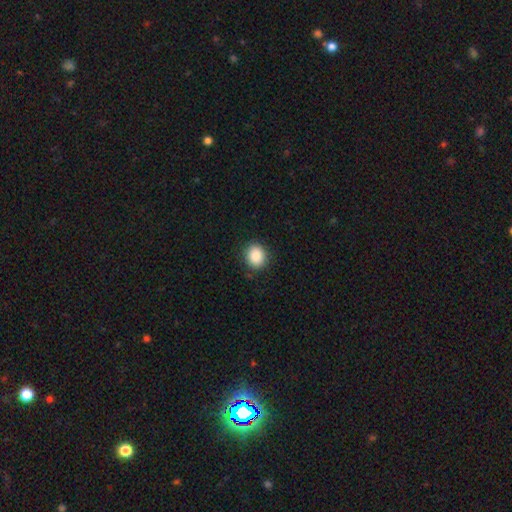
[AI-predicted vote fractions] A smooth galaxy with no disk features (88%) that is round (70%).

Vote fractions:
- Smooth or featured? smooth: 88% / star or artifact: 8% / featured or disk: 4%
- How rounded? round: 70% / in between: 29% / cigar-shaped: 1%
- Merging? none: 88% / minor disturbance: 9% / major disturbance: 2% / merger: 1%